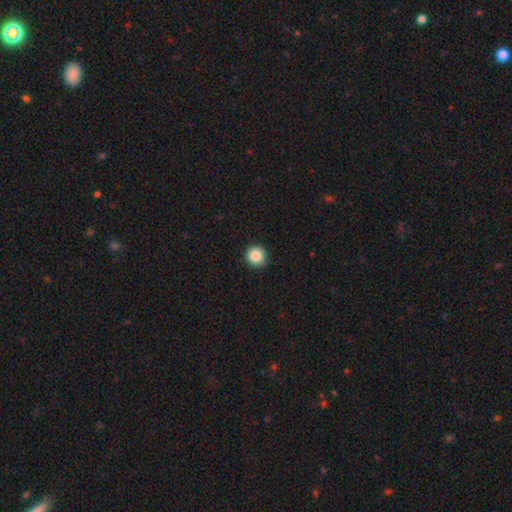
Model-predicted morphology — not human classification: smooth_or_featured: smooth (p=0.86) [alt: star or artifact p=0.10]
how_rounded: round (p=0.93) [alt: in between p=0.06]
merging: none (p=0.90) [alt: minor disturbance p=0.08]